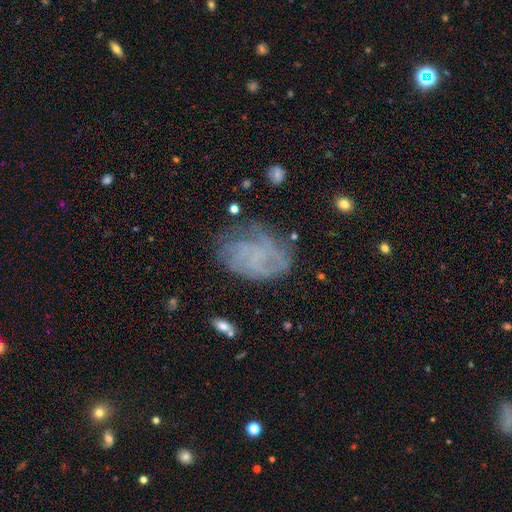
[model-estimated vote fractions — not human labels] Morphology: type=featured or disk (66%); edge-on=no (98%); bar=no (76%); spiral arms=yes (77%); bulge=none (75%); merging=none (62%).